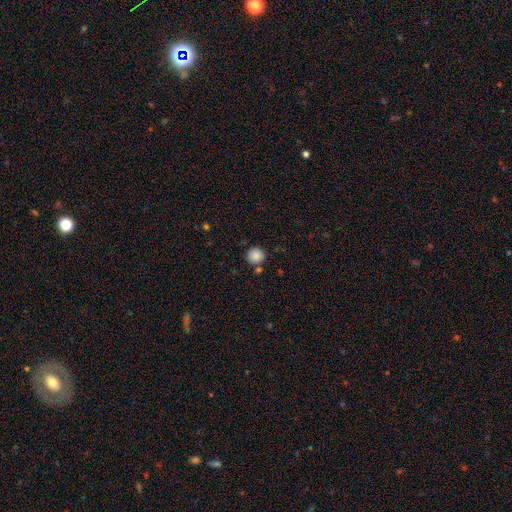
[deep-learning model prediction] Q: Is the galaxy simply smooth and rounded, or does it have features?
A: smooth — 87%.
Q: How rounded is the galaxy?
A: round — 93%.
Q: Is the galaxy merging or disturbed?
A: none — 82%.